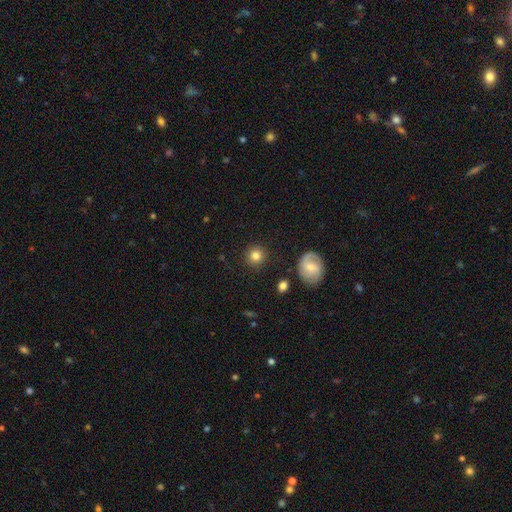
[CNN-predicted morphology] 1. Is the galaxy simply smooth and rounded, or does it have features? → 81% smooth, 10% featured or disk, 9% star or artifact.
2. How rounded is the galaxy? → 92% round, 7% in between, 1% cigar-shaped.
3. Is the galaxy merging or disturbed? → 88% none, 7% minor disturbance, 2% major disturbance, 2% merger.